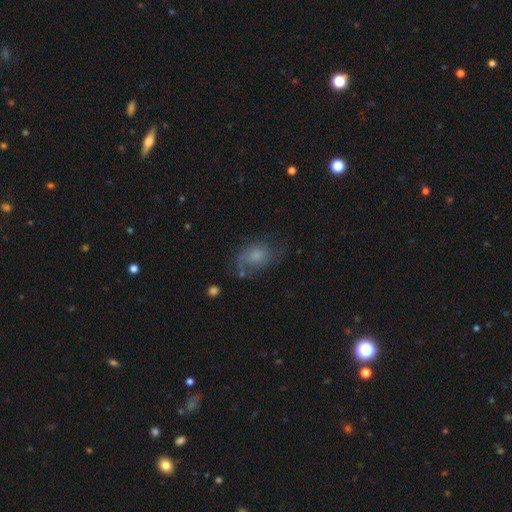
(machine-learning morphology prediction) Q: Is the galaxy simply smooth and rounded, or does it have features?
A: smooth — 50%.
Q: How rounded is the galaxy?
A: in between — 77%.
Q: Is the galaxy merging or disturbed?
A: none — 52%.